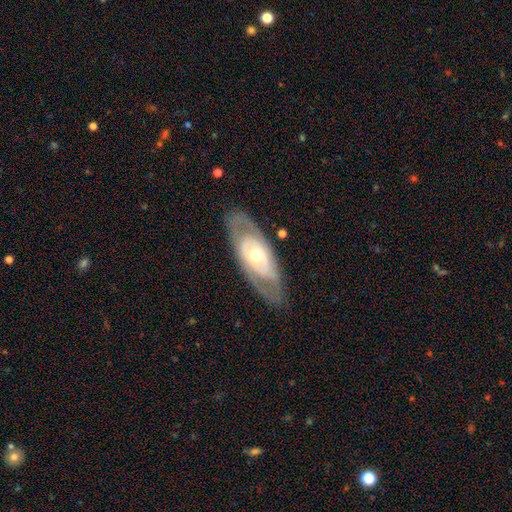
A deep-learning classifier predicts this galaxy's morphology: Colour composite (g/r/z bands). It shows a featured or disk galaxy (74%) with no bar (76%), no spiral arms (53%) and a moderate central bulge (65%). Merging: none (79%).